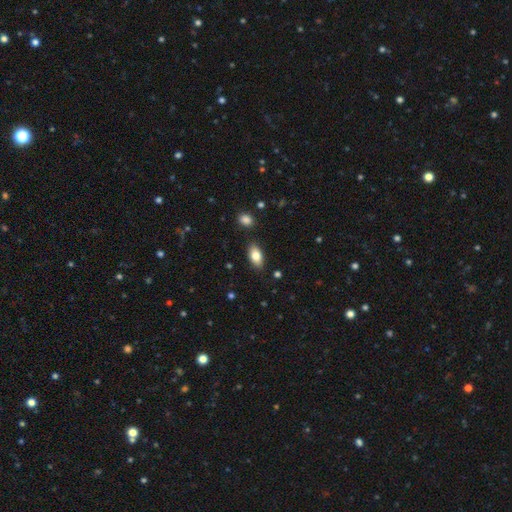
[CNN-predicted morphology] Smooth or featured? Predicted: smooth (p=0.81). How rounded? Predicted: in between (p=0.90). Merging? Predicted: none (p=0.85).